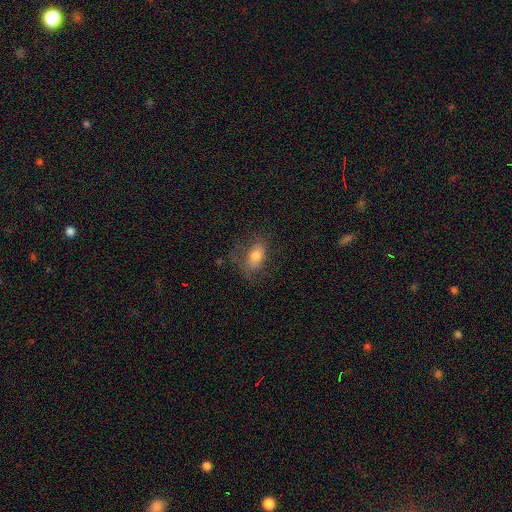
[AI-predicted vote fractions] smooth-or-featured: smooth: 67% | featured or disk: 23% | star or artifact: 9%
  how-rounded: in between: 84% | round: 13% | cigar-shaped: 4%
  merging: none: 56% | minor disturbance: 24% | major disturbance: 18% | merger: 2%